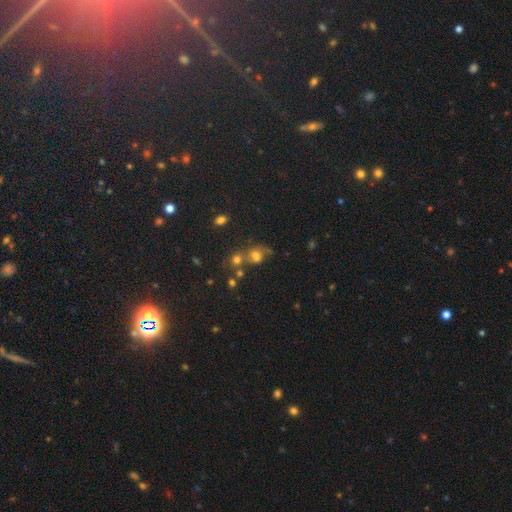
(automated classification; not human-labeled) A smooth galaxy with no disk features (54%) that is round (56%).

Vote fractions:
- Smooth or featured? smooth: 54% / featured or disk: 24% / star or artifact: 22%
- How rounded? round: 56% / in between: 42% / cigar-shaped: 2%
- Merging? merger: 40% / none: 32% / minor disturbance: 14% / major disturbance: 13%